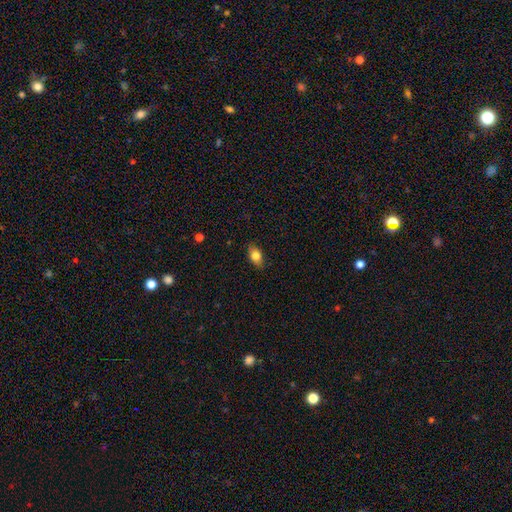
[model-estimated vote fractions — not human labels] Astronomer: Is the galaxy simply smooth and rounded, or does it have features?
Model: smooth — 80%.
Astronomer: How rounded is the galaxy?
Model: in between — 83%.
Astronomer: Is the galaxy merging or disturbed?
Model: none — 83%.